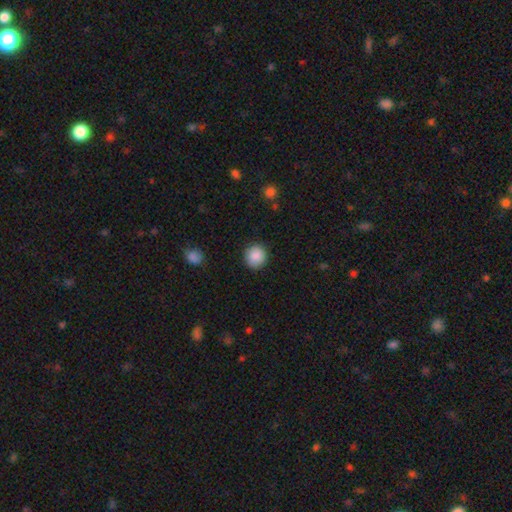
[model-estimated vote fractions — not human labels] Q: Smooth or featured?
A: smooth (89%); runner-up: star or artifact (8%)
Q: How rounded?
A: round (90%); runner-up: in between (9%)
Q: Merging?
A: none (90%); runner-up: minor disturbance (7%)